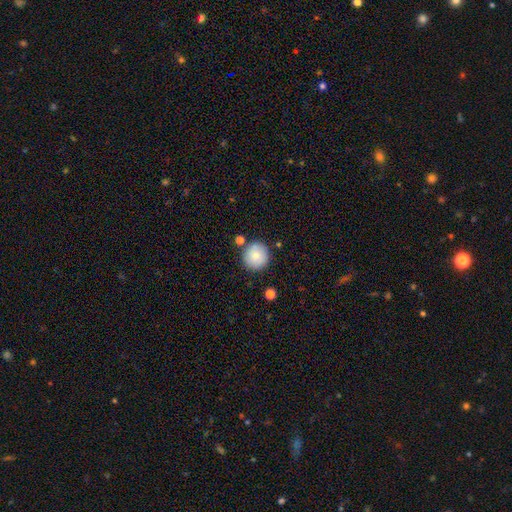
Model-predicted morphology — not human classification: Smooth or featured: smooth — 84% (featured or disk — 9%)
How rounded: round — 95% (in between — 4%)
Merging: none — 83% (minor disturbance — 9%)